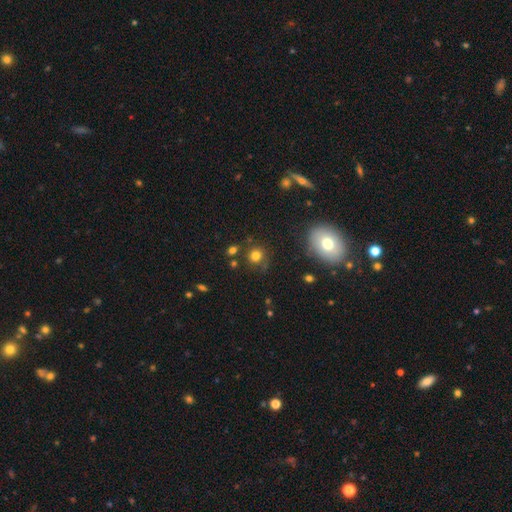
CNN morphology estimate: type=smooth (76%); roundness=round (87%); merging=none (76%).